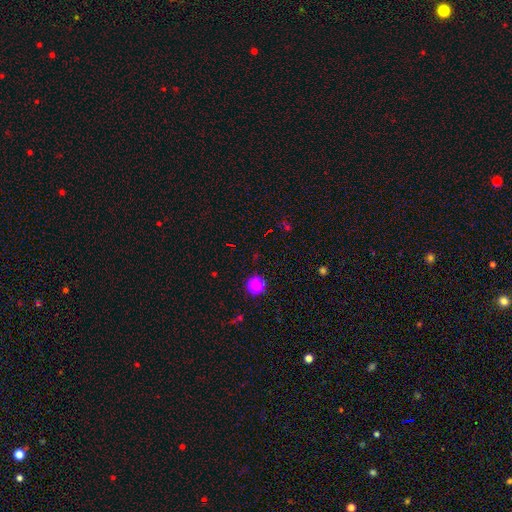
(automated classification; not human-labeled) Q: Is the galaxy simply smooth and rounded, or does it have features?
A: star or artifact — 52%.